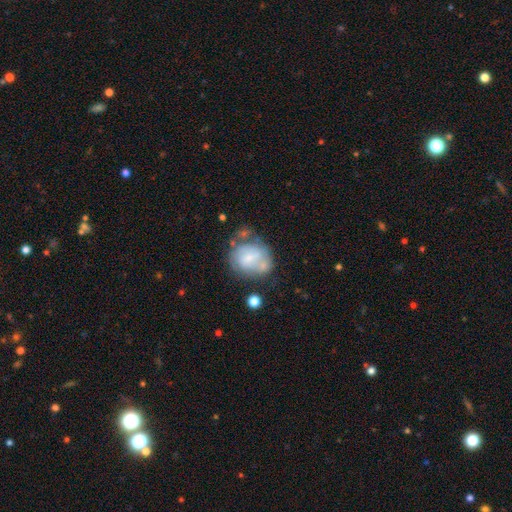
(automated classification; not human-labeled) Smooth or featured: featured or disk — 50% (smooth — 42%)
Edge-on disk: no — 98% (yes — 2%)
Merging: none — 42% (minor disturbance — 24%)